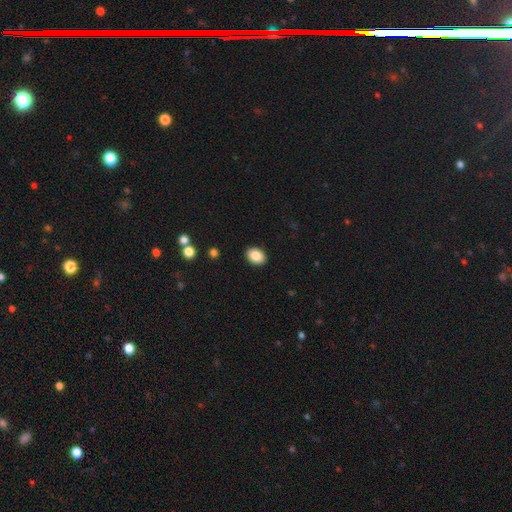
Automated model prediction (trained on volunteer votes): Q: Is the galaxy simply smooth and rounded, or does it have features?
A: smooth — 87%.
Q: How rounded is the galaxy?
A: in between — 81%.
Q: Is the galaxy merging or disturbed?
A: none — 90%.